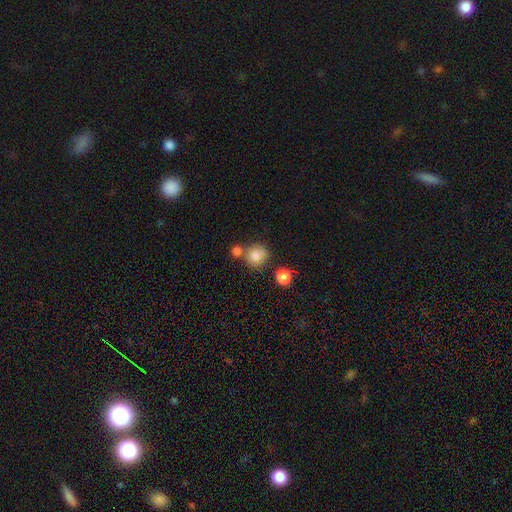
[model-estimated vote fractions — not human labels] The model was most divided on "merging": none: 63%, merger: 21%, minor disturbance: 12%, major disturbance: 4%. More confident: how rounded — round (89%); smooth or featured — smooth (80%).